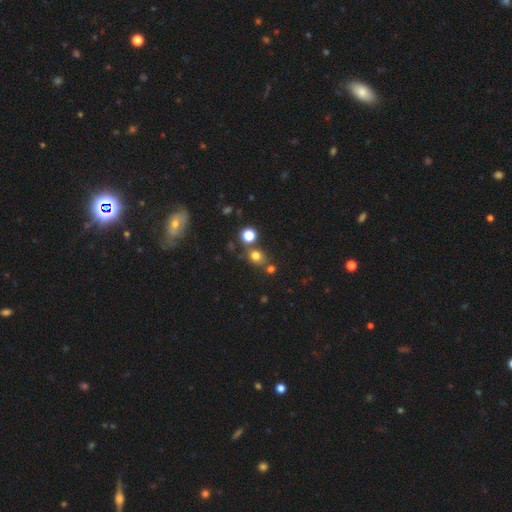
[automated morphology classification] This is likely a smooth galaxy (72%). How rounded: likely round (77%). Merging: likely none (68%).